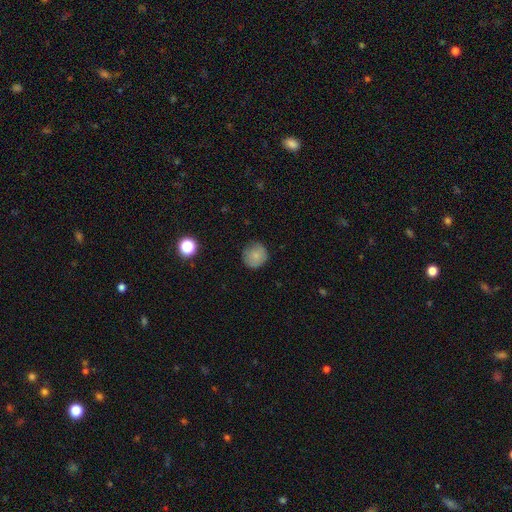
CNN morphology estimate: Overall: smooth (82%). How rounded: round (91%). Merging: none (82%).